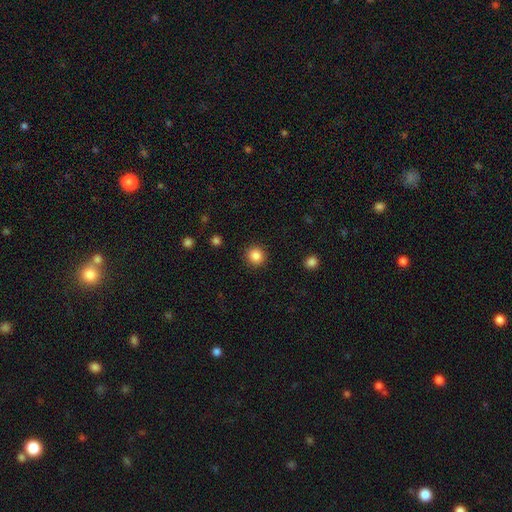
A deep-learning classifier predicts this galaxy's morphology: Smooth or featured: smooth — 86% (star or artifact — 10%)
How rounded: round — 93% (in between — 6%)
Merging: none — 91% (minor disturbance — 5%)